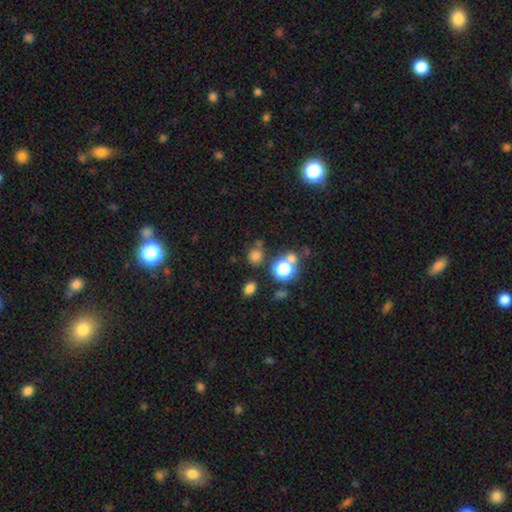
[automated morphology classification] Smooth or featured?
  - smooth: 71% *
  - star or artifact: 23%
  - featured or disk: 6%
How rounded?
  - round: 80% *
  - in between: 19%
  - cigar-shaped: 1%
Merging?
  - none: 69% *
  - merger: 14%
  - minor disturbance: 12%
  - major disturbance: 5%